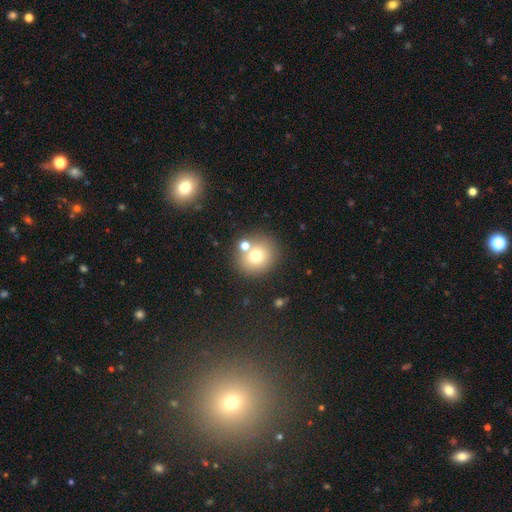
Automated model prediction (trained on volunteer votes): Smooth or featured: smooth — 72% (featured or disk — 15%)
How rounded: round — 85% (in between — 14%)
Merging: none — 71% (merger — 17%)